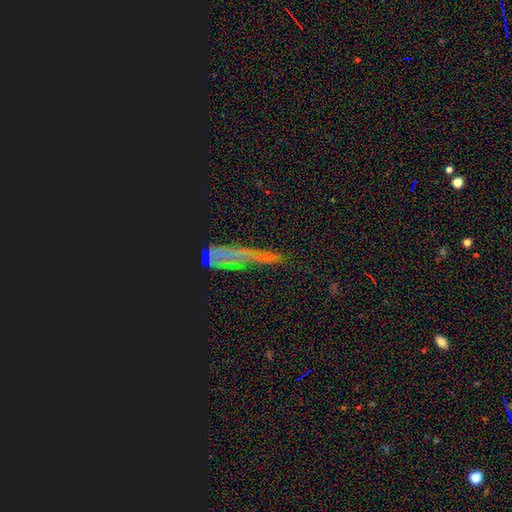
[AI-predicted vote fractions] Overall: star or artifact (55%; smooth 27%).